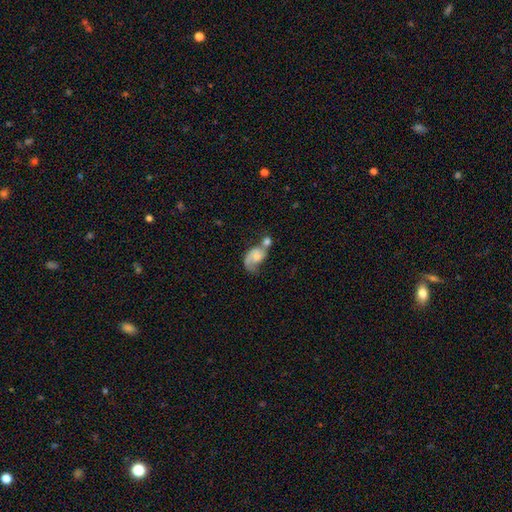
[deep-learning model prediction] Overall: featured or disk (58%; smooth 34%). Edge-on disk: no (97%). Bar: no (69%). Spiral arms: yes (84%). Bulge size: small (38%; moderate 36%). Merging: merger (51%; none 19%).